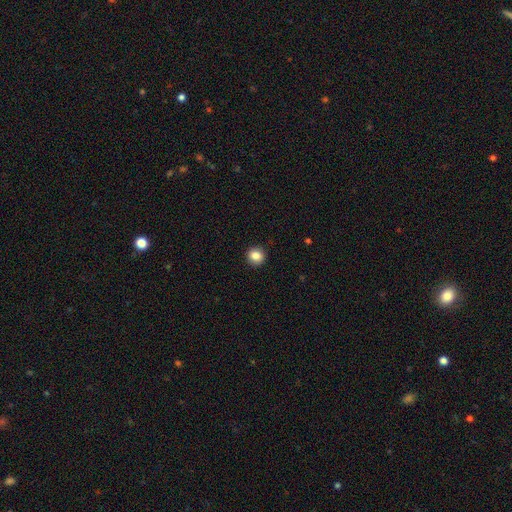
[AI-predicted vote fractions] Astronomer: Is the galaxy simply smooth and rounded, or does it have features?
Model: smooth — 86%.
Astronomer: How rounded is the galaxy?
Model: round — 90%.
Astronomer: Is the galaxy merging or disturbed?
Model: none — 92%.